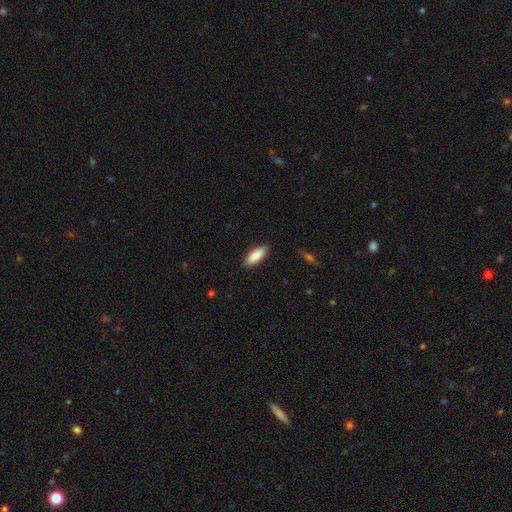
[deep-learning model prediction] smooth_or_featured: smooth (p=0.89) [alt: star or artifact p=0.06]
how_rounded: in between (p=0.75) [alt: cigar-shaped p=0.24]
merging: none (p=0.89) [alt: minor disturbance p=0.09]